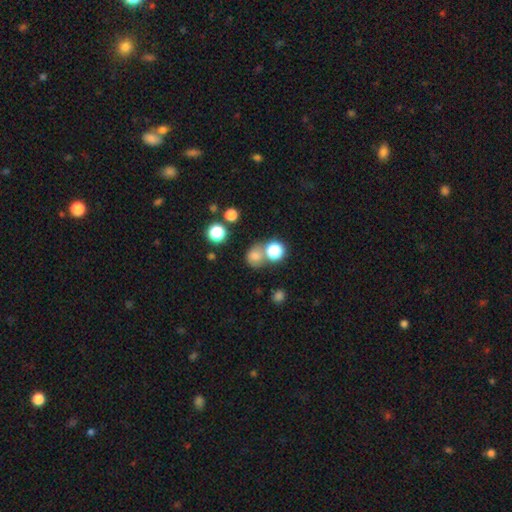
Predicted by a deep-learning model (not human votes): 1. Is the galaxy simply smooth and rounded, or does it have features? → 71% smooth, 20% star or artifact, 9% featured or disk.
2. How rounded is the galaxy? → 76% round, 23% in between, 1% cigar-shaped.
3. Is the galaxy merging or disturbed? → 53% none, 27% merger, 13% minor disturbance, 7% major disturbance.